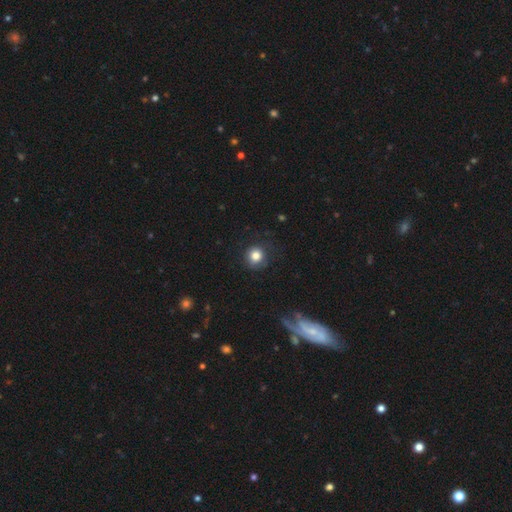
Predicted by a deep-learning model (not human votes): This is clearly a smooth galaxy (81%). How rounded: clearly round (90%). Merging: likely none (78%).